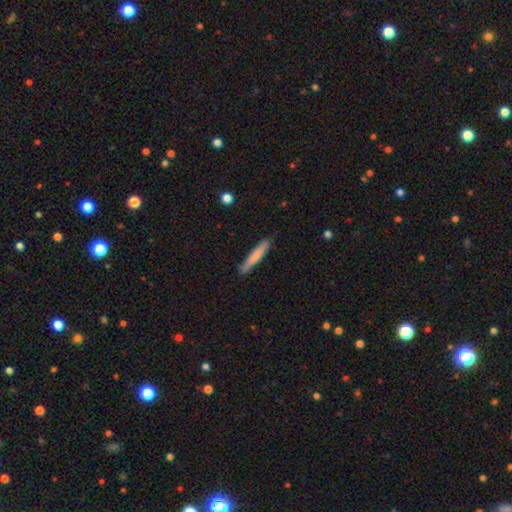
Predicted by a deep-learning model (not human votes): Smooth or featured? Predicted: smooth (p=0.76). How rounded? Predicted: cigar-shaped (p=0.94). Merging? Predicted: none (p=0.84).